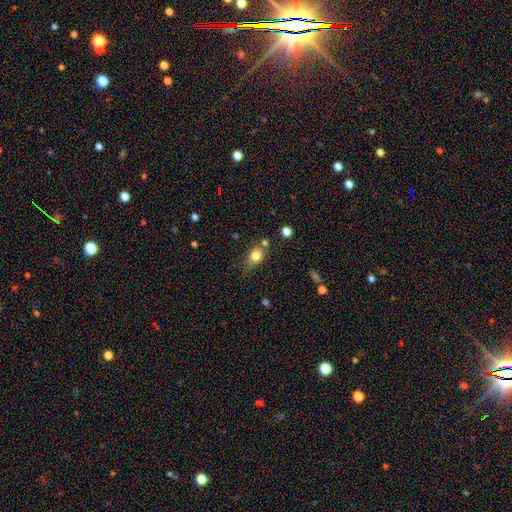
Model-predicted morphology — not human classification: Smooth or featured? Predicted: smooth (p=0.80). How rounded? Predicted: in between (p=0.50). Merging? Predicted: none (p=0.62).